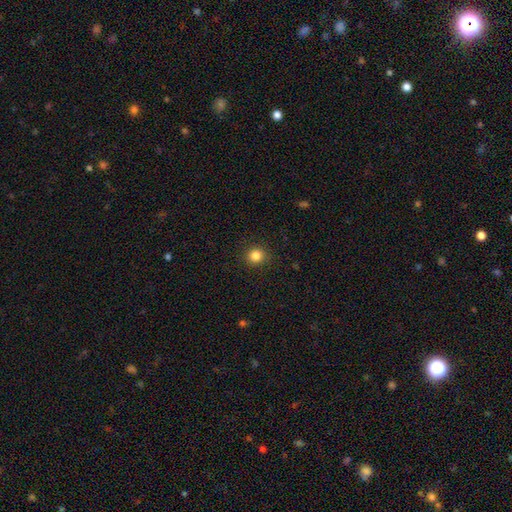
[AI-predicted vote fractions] A smooth galaxy with no disk features (84%) that is round (91%). Merging: none (92%).